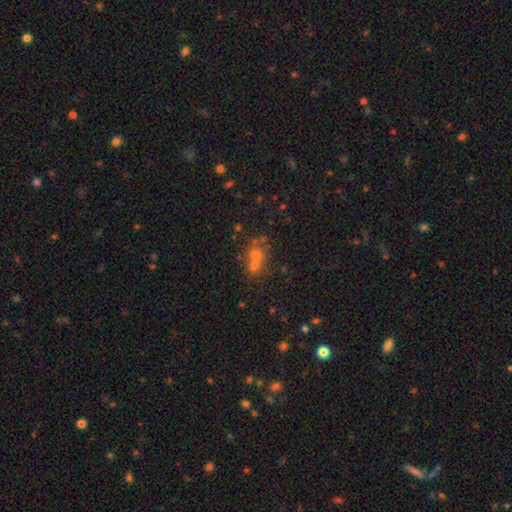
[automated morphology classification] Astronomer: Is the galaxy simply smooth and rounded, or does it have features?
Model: smooth — 54%.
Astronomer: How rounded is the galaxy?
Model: round — 77%.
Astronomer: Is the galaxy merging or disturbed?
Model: merger — 49% (runner-up: none, 40%).